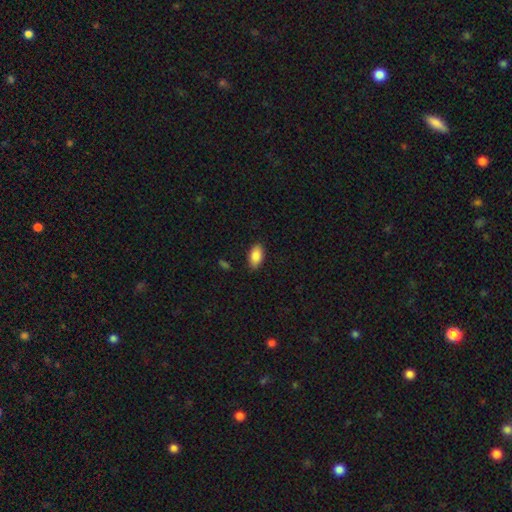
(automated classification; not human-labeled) A smooth galaxy with no disk features (88%) that is in between round and cigar-shaped (93%).

Vote fractions:
- Smooth or featured? smooth: 88% / star or artifact: 7% / featured or disk: 5%
- How rounded? in between: 93% / cigar-shaped: 3% / round: 3%
- Merging? none: 86% / minor disturbance: 10% / major disturbance: 2% / merger: 1%